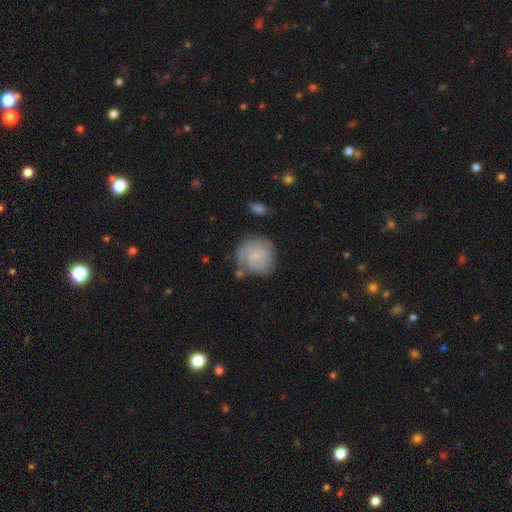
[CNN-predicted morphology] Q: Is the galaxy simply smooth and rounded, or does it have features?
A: smooth — 50%.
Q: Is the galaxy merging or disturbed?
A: none — 61%.